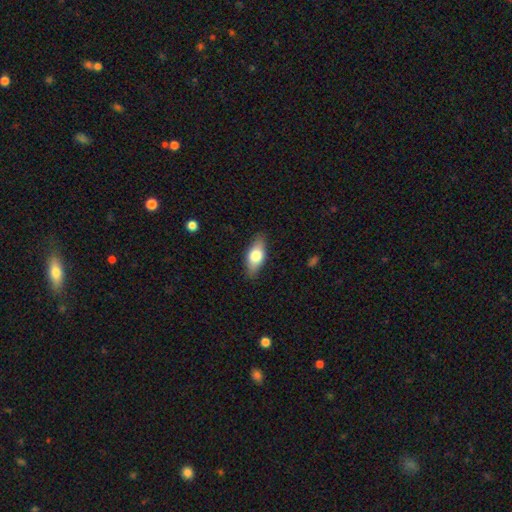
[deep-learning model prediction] Smooth or featured? Predicted: smooth (p=0.66). How rounded? Predicted: in between (p=0.81). Merging? Predicted: none (p=0.85).